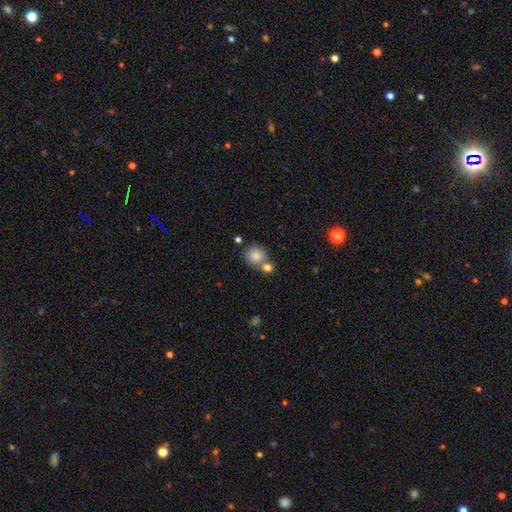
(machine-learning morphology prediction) Overall: smooth (84%). How rounded: round (84%). Merging: none (56%; merger 31%).